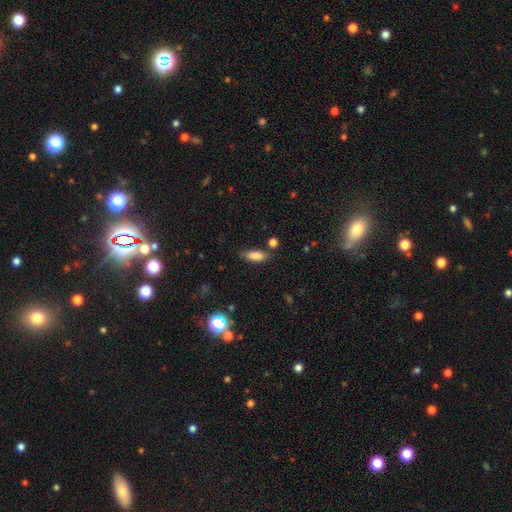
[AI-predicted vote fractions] A smooth galaxy with no disk features (85%) that is in between round and cigar-shaped (79%).

Vote fractions:
- Smooth or featured? smooth: 85% / star or artifact: 9% / featured or disk: 6%
- How rounded? in between: 79% / cigar-shaped: 18% / round: 3%
- Merging? none: 71% / minor disturbance: 20% / merger: 5% / major disturbance: 5%